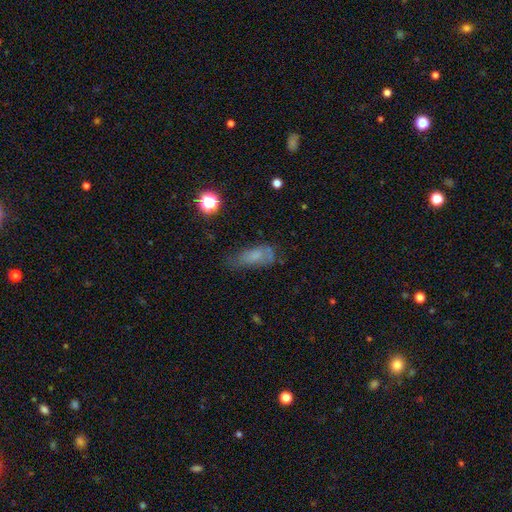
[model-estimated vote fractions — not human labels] This appears to be a smooth galaxy with no disk features (59%) that is in between round and cigar-shaped (74%). Merging: none (47%).